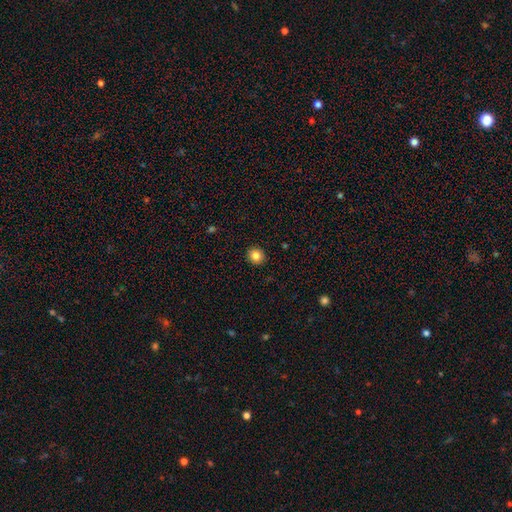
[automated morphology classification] Smooth or featured?
  - smooth: 84% *
  - star or artifact: 10%
  - featured or disk: 6%
How rounded?
  - round: 89% *
  - in between: 11%
  - cigar-shaped: 1%
Merging?
  - none: 92% *
  - minor disturbance: 5%
  - major disturbance: 2%
  - merger: 1%